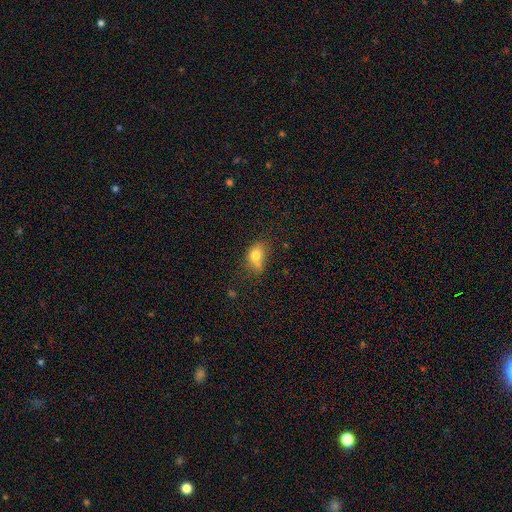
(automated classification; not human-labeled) The model was most divided on "merging": none: 45%, minor disturbance: 24%, merger: 21%, major disturbance: 9%. More confident: smooth or featured — smooth (76%); how rounded — in between (63%).